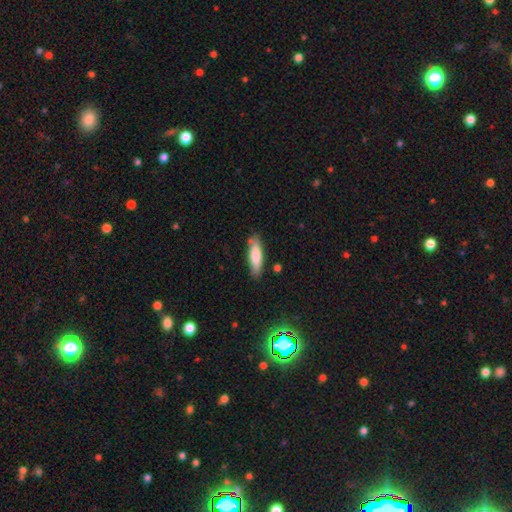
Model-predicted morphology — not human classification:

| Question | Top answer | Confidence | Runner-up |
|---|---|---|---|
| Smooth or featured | smooth | 78% | featured or disk (17%) |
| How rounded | cigar-shaped | 60% | in between (38%) |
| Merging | none | 81% | minor disturbance (13%) |